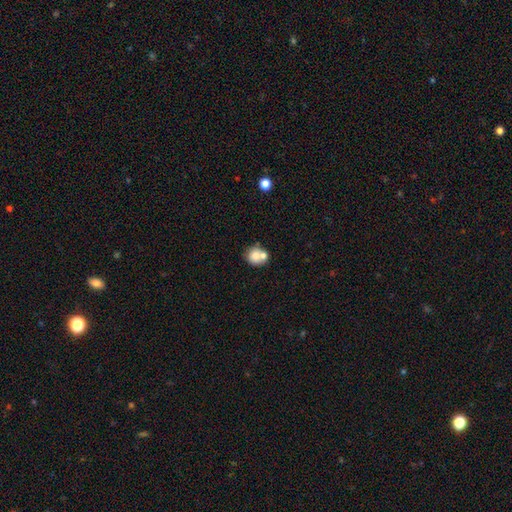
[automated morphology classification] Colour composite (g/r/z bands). It shows a smooth galaxy with no disk features (74%) that is round (79%). Merging: none (47%).